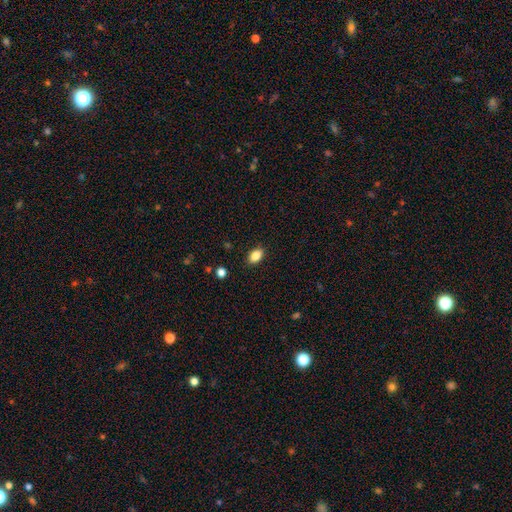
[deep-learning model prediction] Overall: smooth (85%). How rounded: in between (88%). Merging: none (89%).